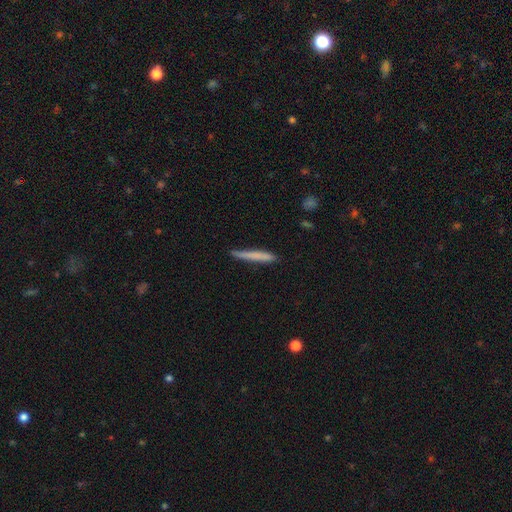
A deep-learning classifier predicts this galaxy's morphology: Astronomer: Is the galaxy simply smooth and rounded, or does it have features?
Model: smooth — 70%.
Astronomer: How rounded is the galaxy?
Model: cigar-shaped — 96%.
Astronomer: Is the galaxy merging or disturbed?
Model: none — 82%.